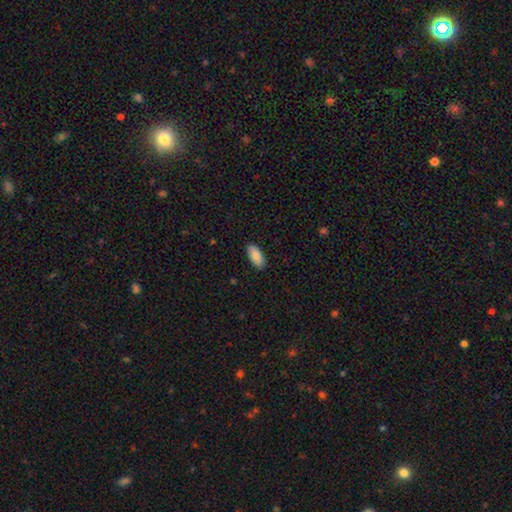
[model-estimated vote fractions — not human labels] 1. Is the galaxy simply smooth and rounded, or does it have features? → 89% smooth, 6% star or artifact, 5% featured or disk.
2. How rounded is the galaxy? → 89% in between, 9% cigar-shaped, 2% round.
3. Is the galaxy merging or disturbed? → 89% none, 8% minor disturbance, 2% major disturbance, 1% merger.